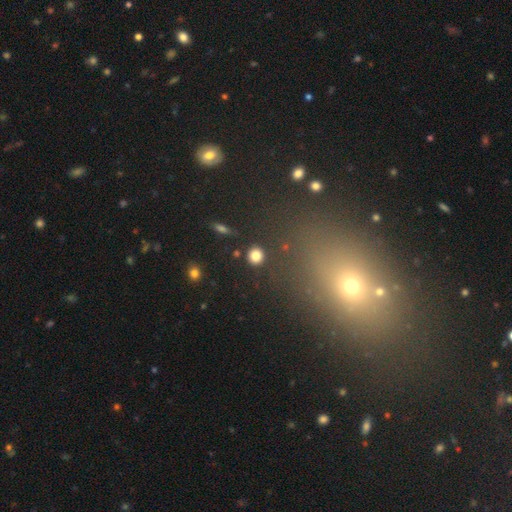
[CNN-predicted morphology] smooth_or_featured: smooth (p=0.82) [alt: star or artifact p=0.12]
how_rounded: round (p=0.90) [alt: in between p=0.09]
merging: none (p=0.88) [alt: minor disturbance p=0.07]